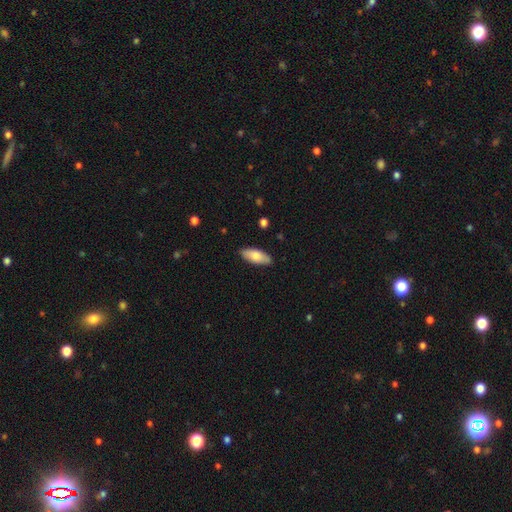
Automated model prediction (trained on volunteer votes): smooth-or-featured: smooth: 79% | featured or disk: 16% | star or artifact: 6%
  how-rounded: in between: 78% | cigar-shaped: 20% | round: 2%
  merging: none: 87% | minor disturbance: 10% | major disturbance: 2% | merger: 1%